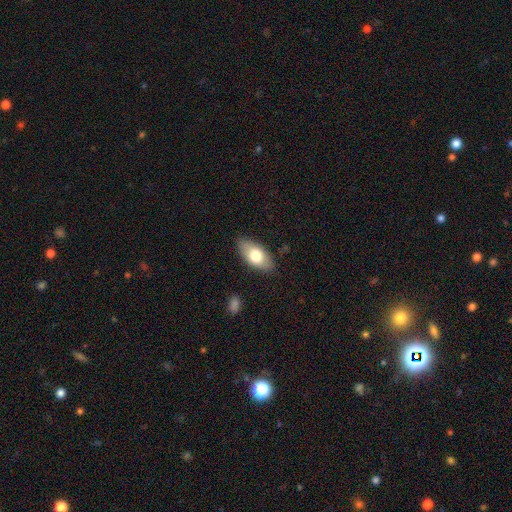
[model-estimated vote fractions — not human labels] smooth-or-featured: smooth: 72% | featured or disk: 22% | star or artifact: 6%
  how-rounded: in between: 91% | cigar-shaped: 5% | round: 3%
  merging: none: 84% | minor disturbance: 12% | major disturbance: 3% | merger: 1%